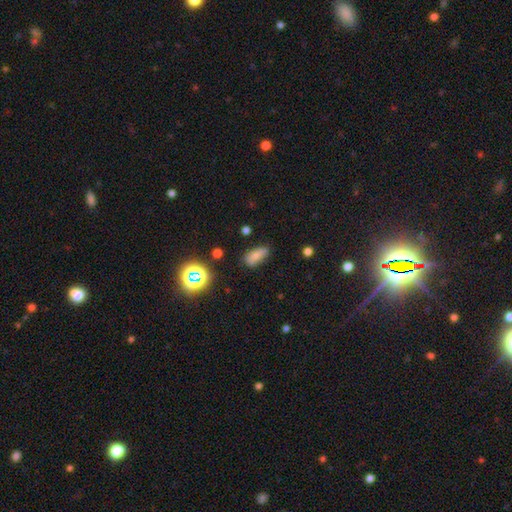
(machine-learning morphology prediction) Overall: smooth (73%). How rounded: in between (87%). Merging: none (67%).